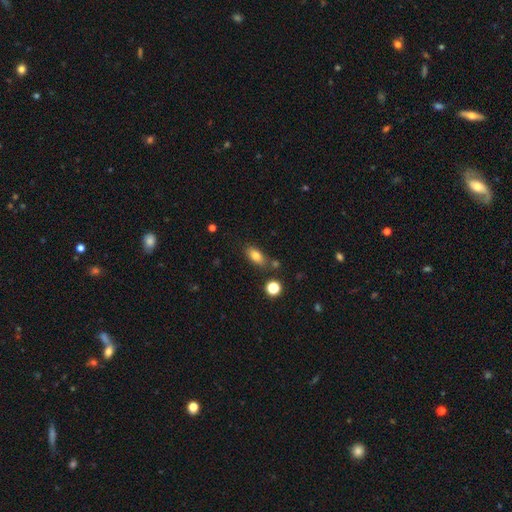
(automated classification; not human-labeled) Q: Smooth or featured?
A: smooth (79%); runner-up: featured or disk (11%)
Q: How rounded?
A: in between (84%); runner-up: round (8%)
Q: Merging?
A: none (72%); runner-up: minor disturbance (14%)